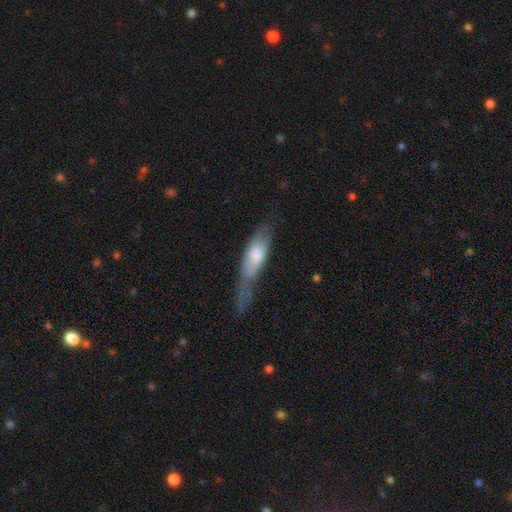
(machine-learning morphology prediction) Smooth or featured? Predicted: smooth (p=0.64). How rounded? Predicted: in between (p=0.54). Merging? Predicted: major disturbance (p=0.38).